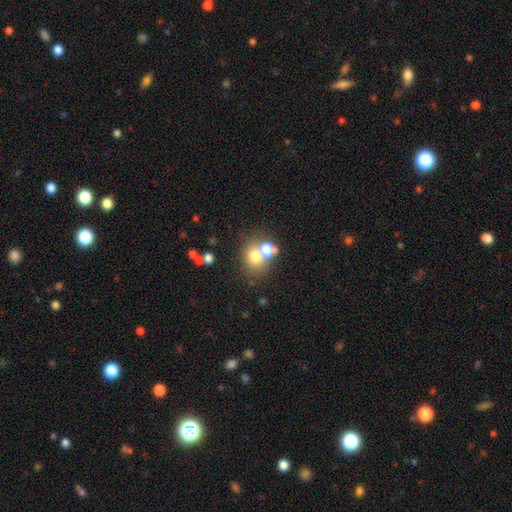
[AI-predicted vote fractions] Smooth or featured: smooth — 69% (featured or disk — 17%)
How rounded: round — 60% (in between — 39%)
Merging: merger — 50% (none — 37%)